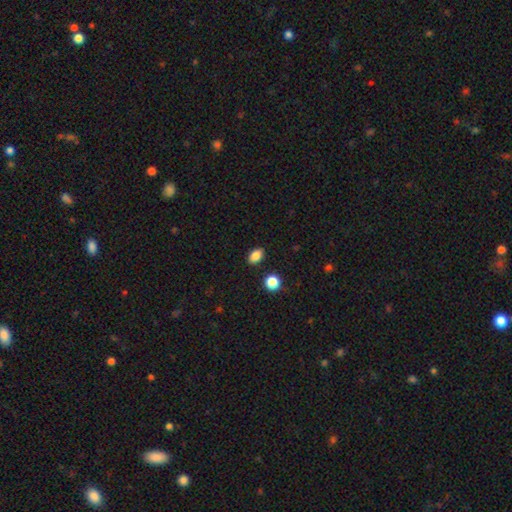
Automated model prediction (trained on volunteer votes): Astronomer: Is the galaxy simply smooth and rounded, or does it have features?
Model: smooth — 86%.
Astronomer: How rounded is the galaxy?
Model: in between — 84%.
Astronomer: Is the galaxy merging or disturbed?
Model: none — 88%.